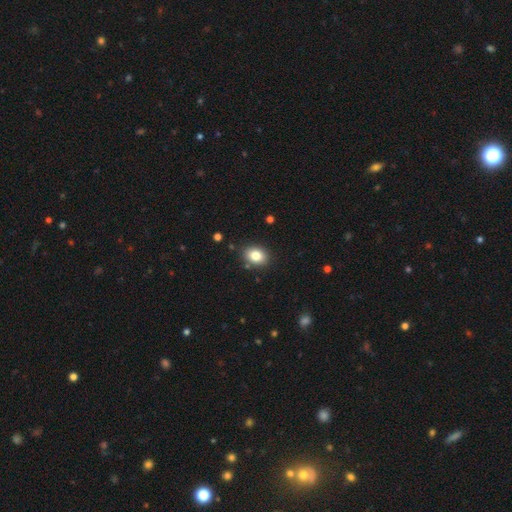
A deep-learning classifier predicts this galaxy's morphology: A smooth galaxy with no disk features (83%) that is in between round and cigar-shaped (61%). Merging: none (87%).